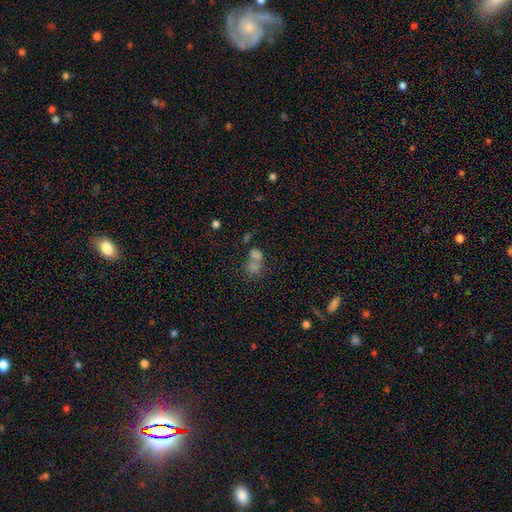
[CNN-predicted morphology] A smooth galaxy with no disk features (66%) that is round (50%).

Vote fractions:
- Smooth or featured? smooth: 66% / star or artifact: 19% / featured or disk: 15%
- How rounded? round: 50% / in between: 48% / cigar-shaped: 2%
- Merging? merger: 58% / none: 27% / minor disturbance: 8% / major disturbance: 7%